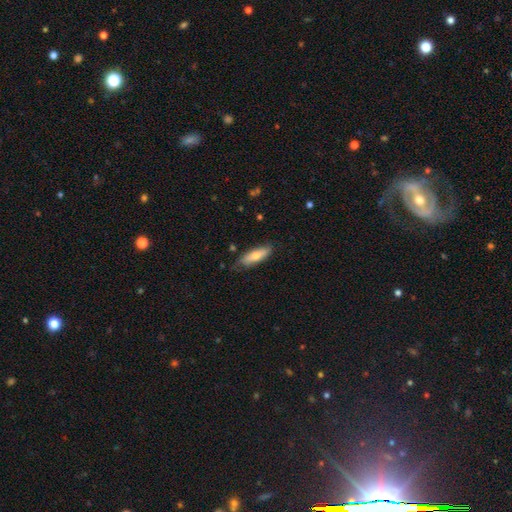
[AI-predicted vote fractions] Smooth or featured?
  - smooth: 70% *
  - featured or disk: 24%
  - star or artifact: 6%
How rounded?
  - in between: 53% *
  - cigar-shaped: 45%
  - round: 2%
Merging?
  - none: 75% *
  - minor disturbance: 20%
  - major disturbance: 3%
  - merger: 1%